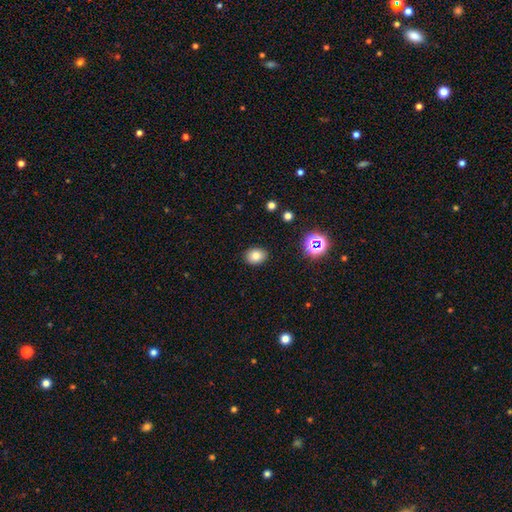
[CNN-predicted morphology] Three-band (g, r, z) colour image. It shows a smooth galaxy with no disk features (79%) that is in between round and cigar-shaped (56%). Merging: none (89%).